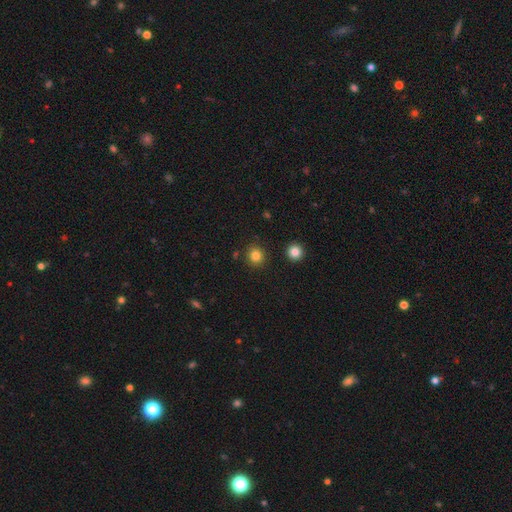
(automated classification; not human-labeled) smooth_or_featured: smooth (p=0.83) [alt: star or artifact p=0.12]
how_rounded: round (p=0.89) [alt: in between p=0.10]
merging: none (p=0.88) [alt: minor disturbance p=0.07]